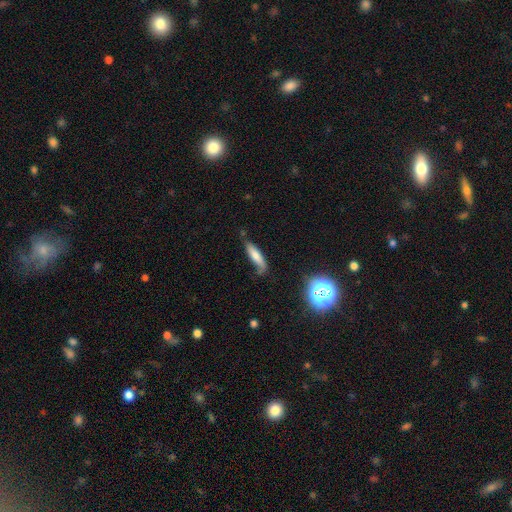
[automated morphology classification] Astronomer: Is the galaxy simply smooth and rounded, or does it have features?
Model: smooth — 66%.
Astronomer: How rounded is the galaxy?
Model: cigar-shaped — 69%.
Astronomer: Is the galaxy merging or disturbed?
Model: none — 56%.